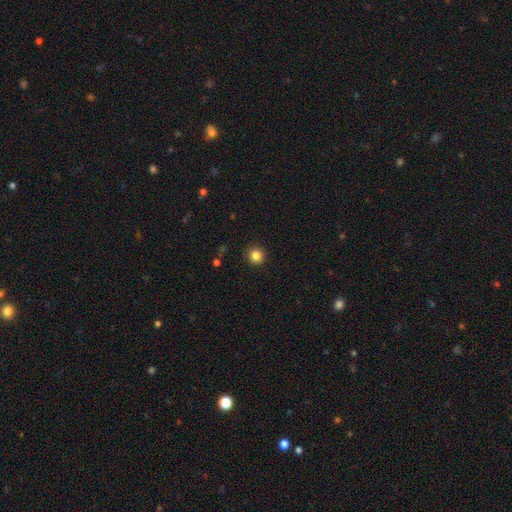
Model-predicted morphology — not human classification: This appears to be a smooth galaxy with no disk features (84%) that is round (95%). Merging: none (93%).